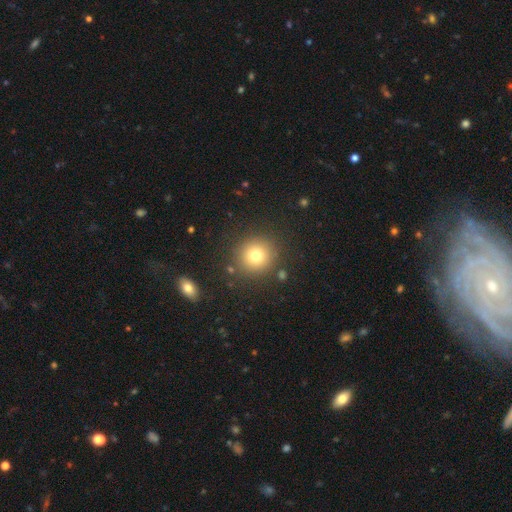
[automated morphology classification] Smooth or featured? Predicted: smooth (p=0.77). How rounded? Predicted: round (p=0.91). Merging? Predicted: none (p=0.87).